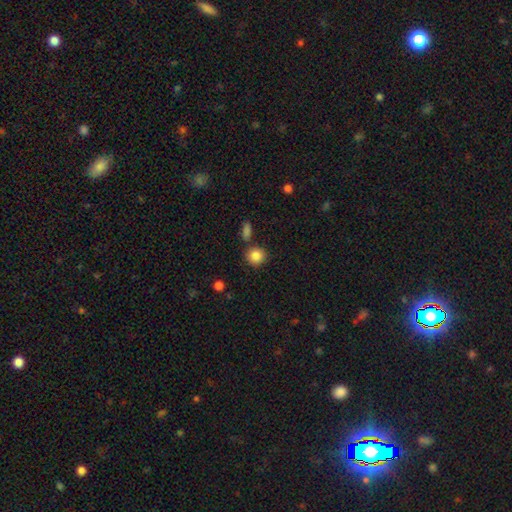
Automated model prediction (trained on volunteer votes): Smooth or featured? smooth (86%)
How rounded? round (89%)
Merging? none (80%)